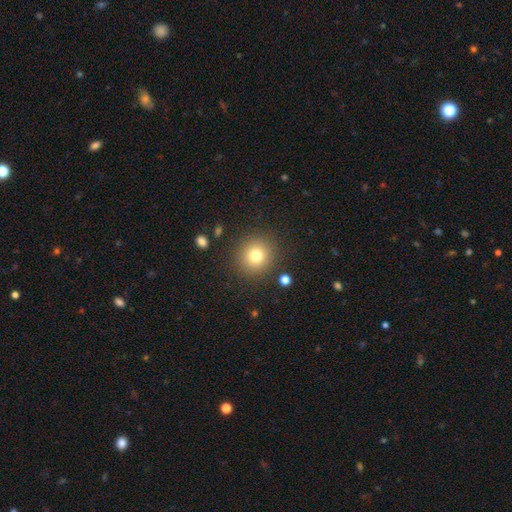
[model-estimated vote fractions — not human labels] This is likely a smooth galaxy (78%). How rounded: clearly round (92%). Merging: clearly none (88%).